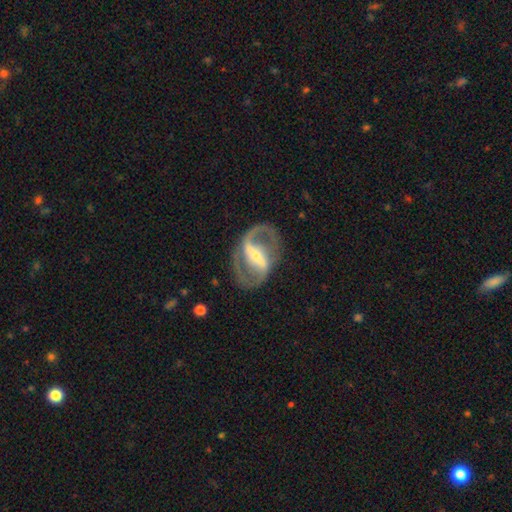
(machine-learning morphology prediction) type=featured or disk (88%); edge-on=no (95%); bar=strong (69%); spiral arms=yes (87%); winding=medium (55%); arm count=2 (90%); bulge=small (56%); merging=none (78%).